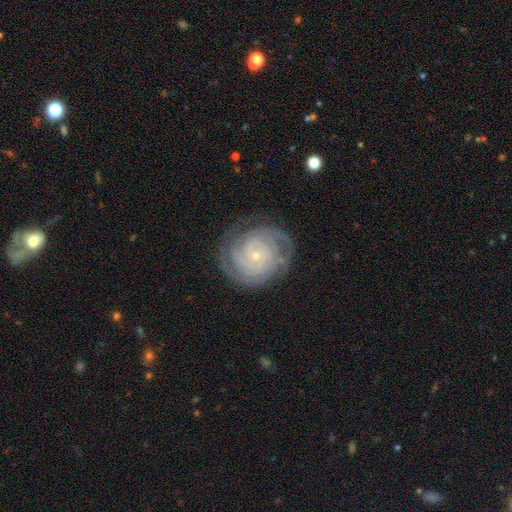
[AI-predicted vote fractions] A featured or disk galaxy (85%) with no bar (79%), tight (82%) spiral arms (97%) and a small central bulge (85%). Merging: none (79%).